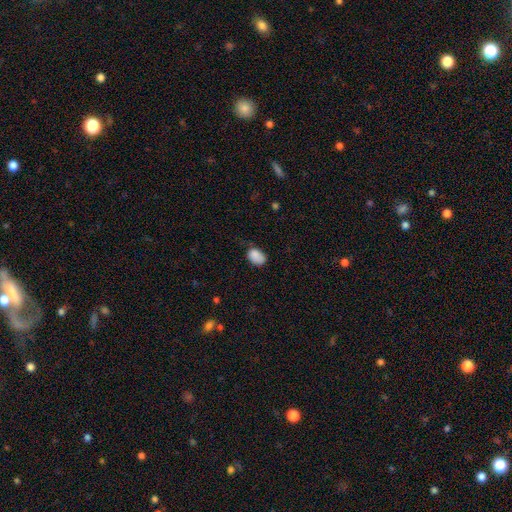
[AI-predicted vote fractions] Smooth or featured: smooth — 86% (star or artifact — 8%)
How rounded: in between — 84% (round — 15%)
Merging: none — 52% (minor disturbance — 36%)